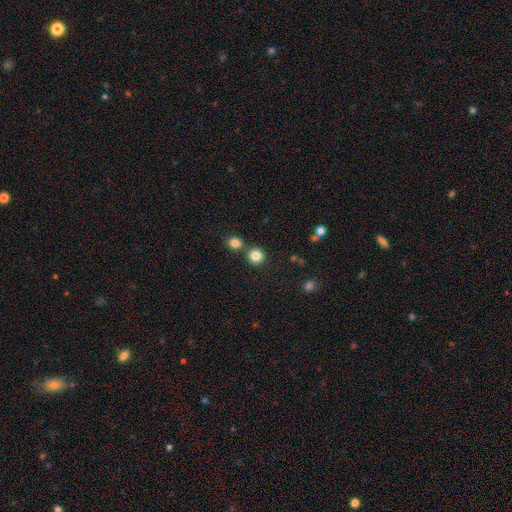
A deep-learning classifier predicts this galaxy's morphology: Overall: smooth (83%). How rounded: round (92%). Merging: none (76%).